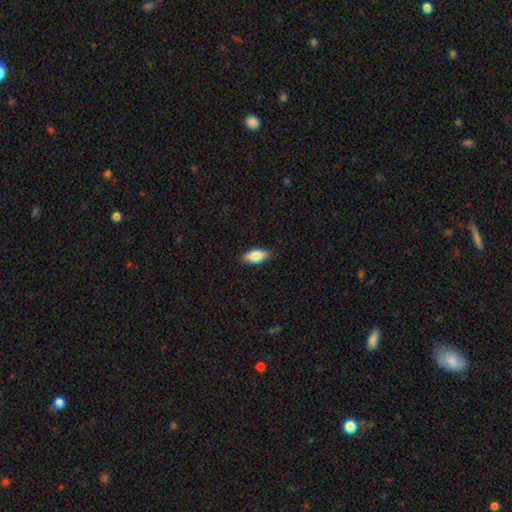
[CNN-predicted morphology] Q: Smooth or featured?
A: smooth (76%); runner-up: featured or disk (17%)
Q: How rounded?
A: in between (82%); runner-up: cigar-shaped (15%)
Q: Merging?
A: none (86%); runner-up: minor disturbance (11%)